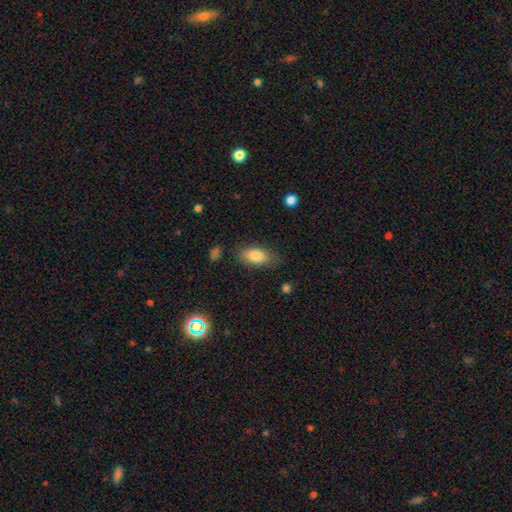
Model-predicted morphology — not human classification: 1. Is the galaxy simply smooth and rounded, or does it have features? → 83% smooth, 10% featured or disk, 7% star or artifact.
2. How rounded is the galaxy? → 89% in between, 6% cigar-shaped, 5% round.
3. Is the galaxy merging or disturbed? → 79% none, 15% minor disturbance, 4% major disturbance, 2% merger.